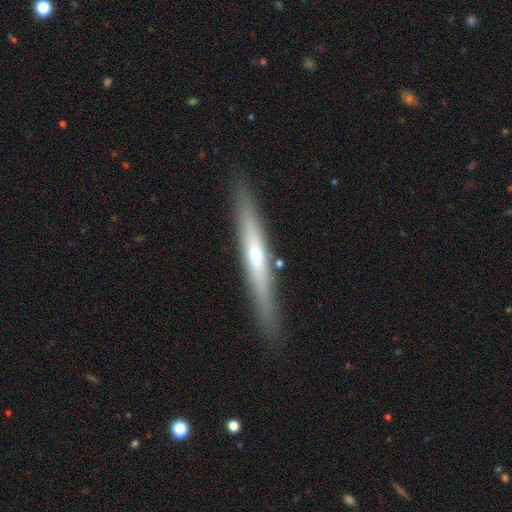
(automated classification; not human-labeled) This is likely a featured or disk galaxy (63%). It is clearly viewed edge-on (91%). Edge-on bulge: likely rounded (76%). Merging: clearly none (89%).